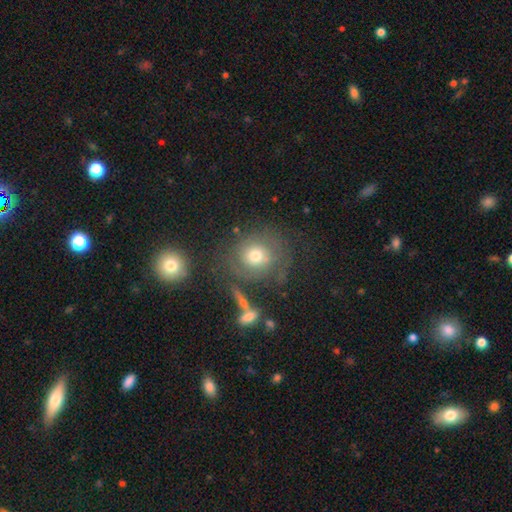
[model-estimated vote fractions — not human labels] This is possibly a smooth galaxy (56%). How rounded: clearly round (82%). Merging: likely none (64%).